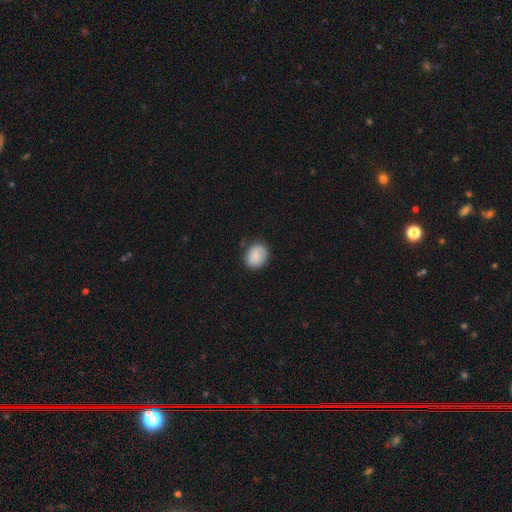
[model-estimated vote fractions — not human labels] The model was most divided on "how rounded": round: 54%, in between: 45%, cigar-shaped: 1%. More confident: merging — none (80%); smooth or featured — smooth (74%).